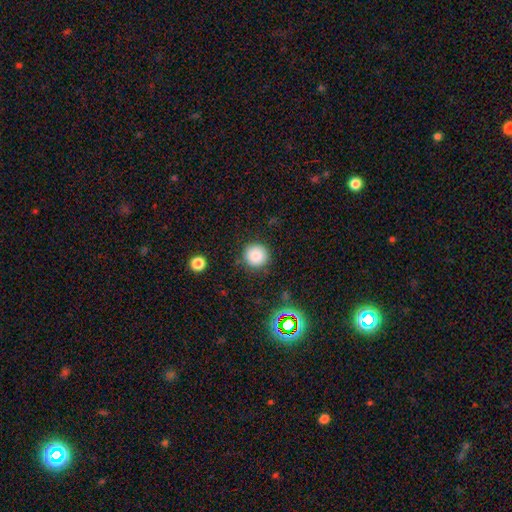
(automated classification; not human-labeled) Smooth or featured? smooth (84%)
How rounded? round (95%)
Merging? none (87%)